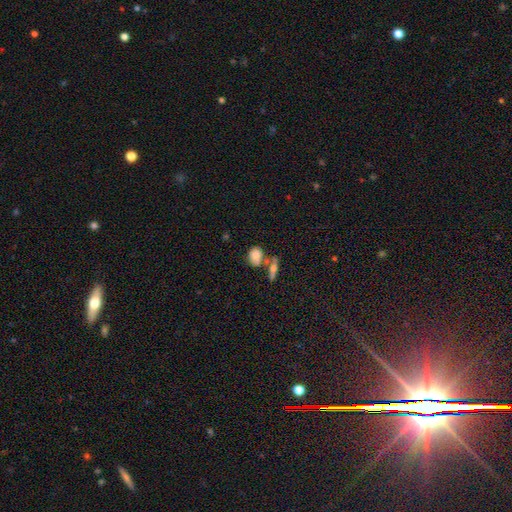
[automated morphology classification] Q: Smooth or featured?
A: smooth (77%); runner-up: featured or disk (13%)
Q: How rounded?
A: in between (65%); runner-up: round (31%)
Q: Merging?
A: none (47%); runner-up: merger (30%)